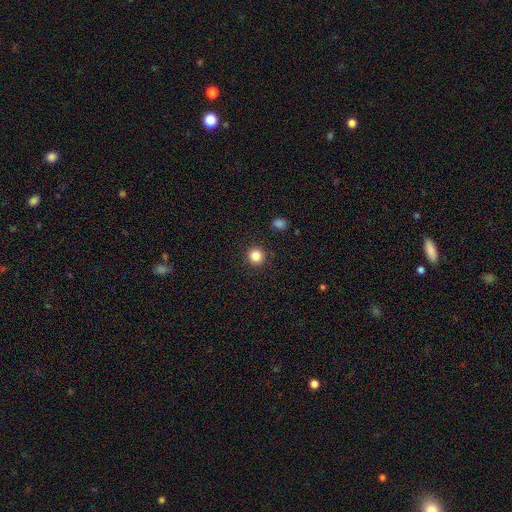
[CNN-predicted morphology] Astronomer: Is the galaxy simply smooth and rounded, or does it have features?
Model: smooth — 84%.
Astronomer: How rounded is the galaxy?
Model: round — 94%.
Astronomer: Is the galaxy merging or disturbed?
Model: none — 91%.